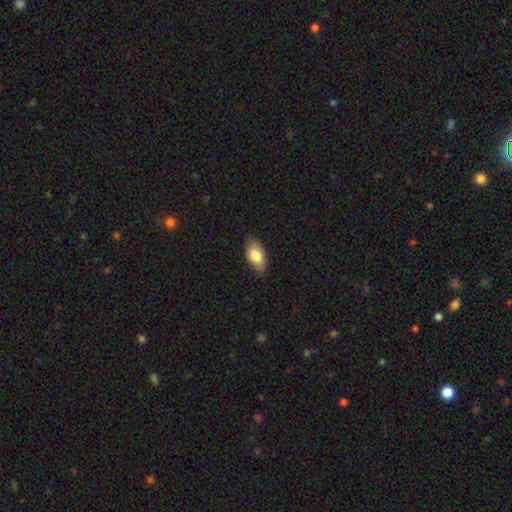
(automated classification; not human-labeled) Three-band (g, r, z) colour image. It shows a smooth galaxy with no disk features (82%) that is in between round and cigar-shaped (93%). Merging: none (80%).